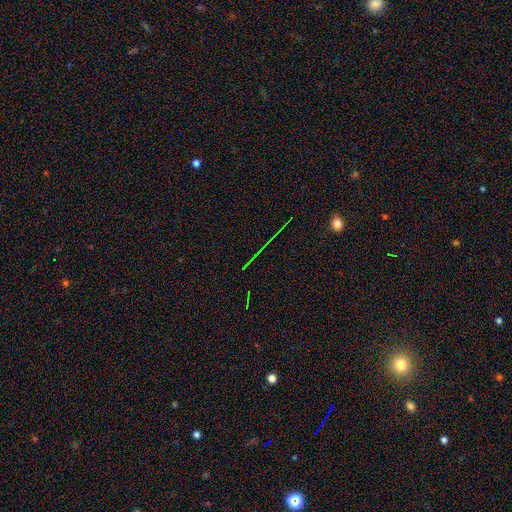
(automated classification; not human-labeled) Morphology: type=star or artifact (76%).